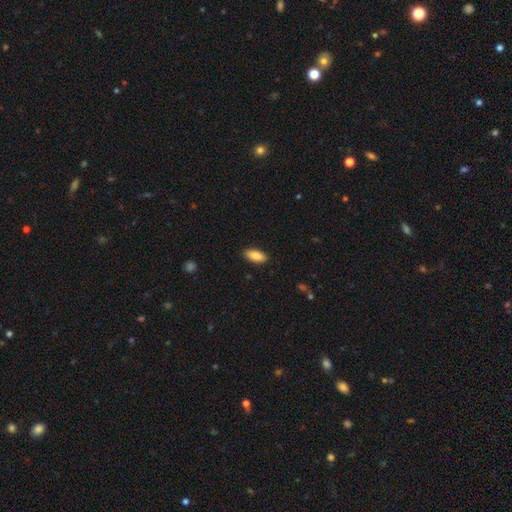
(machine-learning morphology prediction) Q: Smooth or featured?
A: smooth (87%); runner-up: featured or disk (6%)
Q: How rounded?
A: in between (83%); runner-up: cigar-shaped (15%)
Q: Merging?
A: none (89%); runner-up: minor disturbance (8%)